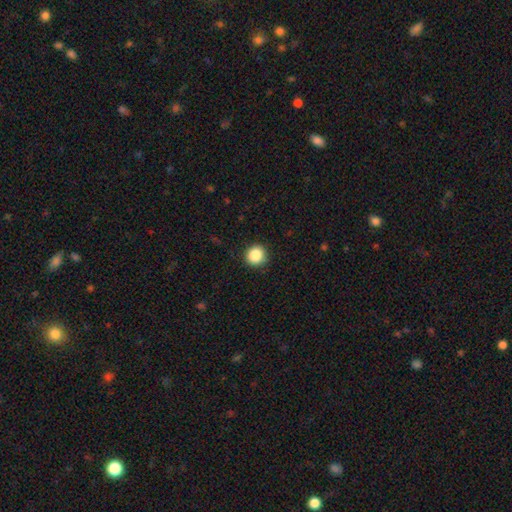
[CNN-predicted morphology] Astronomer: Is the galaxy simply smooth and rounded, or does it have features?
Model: smooth — 87%.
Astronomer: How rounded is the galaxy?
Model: round — 92%.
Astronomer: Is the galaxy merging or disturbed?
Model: none — 90%.